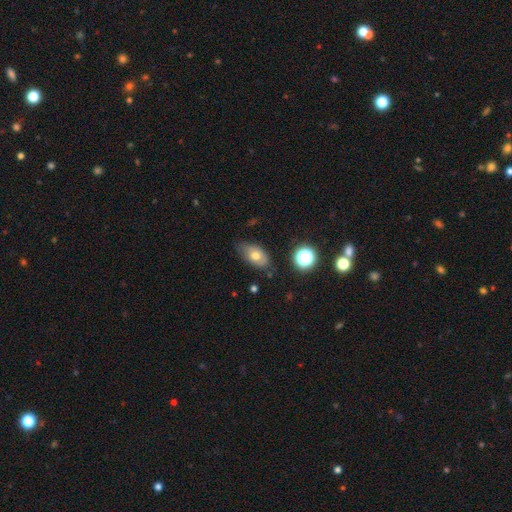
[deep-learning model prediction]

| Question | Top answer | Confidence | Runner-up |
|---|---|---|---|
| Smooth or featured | smooth | 69% | featured or disk (21%) |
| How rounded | in between | 87% | round (11%) |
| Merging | none | 67% | minor disturbance (26%) |